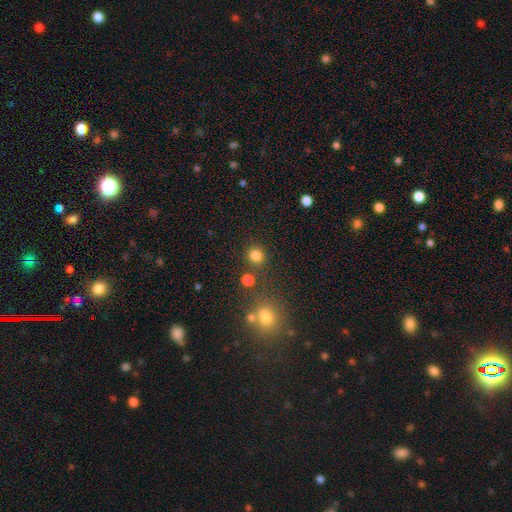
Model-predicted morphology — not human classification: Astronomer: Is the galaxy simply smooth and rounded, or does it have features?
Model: smooth — 81%.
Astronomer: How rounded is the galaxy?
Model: round — 84%.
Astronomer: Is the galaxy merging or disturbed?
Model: none — 80%.